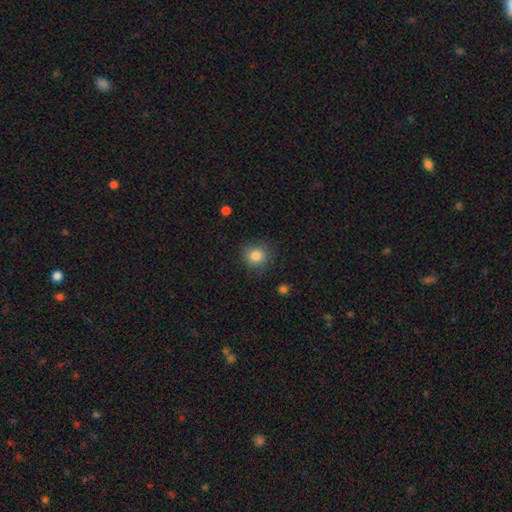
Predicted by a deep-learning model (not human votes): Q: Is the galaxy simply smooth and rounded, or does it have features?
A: smooth — 85%.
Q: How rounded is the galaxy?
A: round — 88%.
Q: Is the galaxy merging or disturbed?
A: none — 83%.